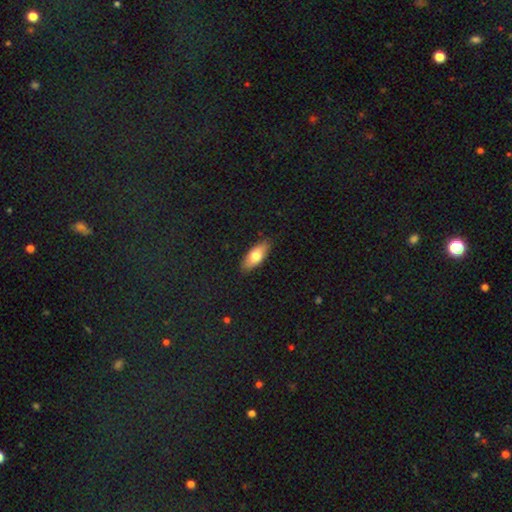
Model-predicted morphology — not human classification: type=smooth (74%); roundness=in between (82%); merging=none (87%).